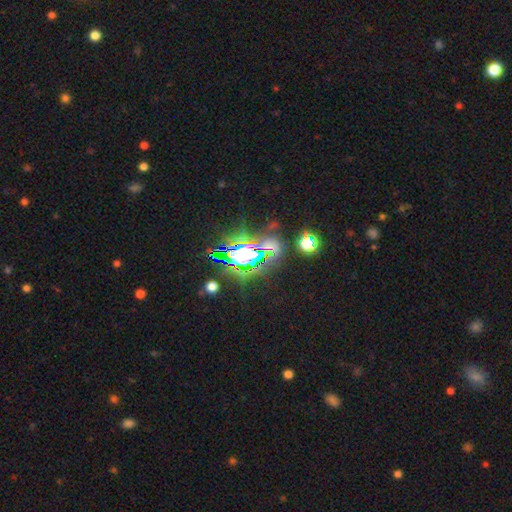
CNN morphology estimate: Smooth or featured? star or artifact (74%)